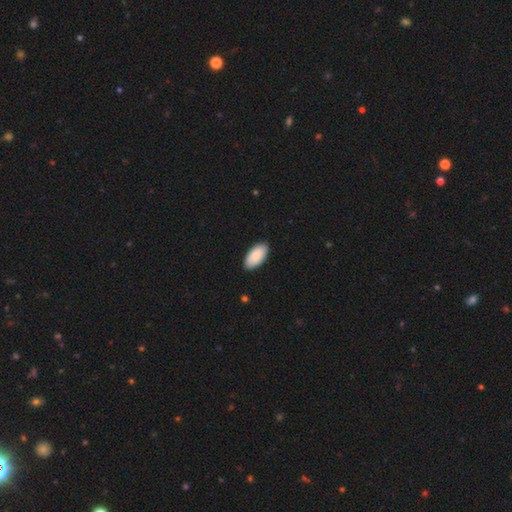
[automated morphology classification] Smooth or featured?
  - smooth: 86% *
  - featured or disk: 9%
  - star or artifact: 5%
How rounded?
  - in between: 96% *
  - cigar-shaped: 2%
  - round: 2%
Merging?
  - none: 89% *
  - minor disturbance: 8%
  - major disturbance: 2%
  - merger: 1%